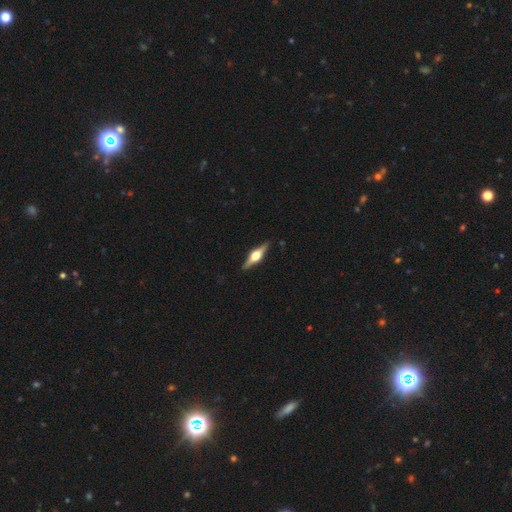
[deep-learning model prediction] Morphology: type=featured or disk (78%); edge-on=yes (97%); edge-on bulge=rounded (95%); merging=none (90%).